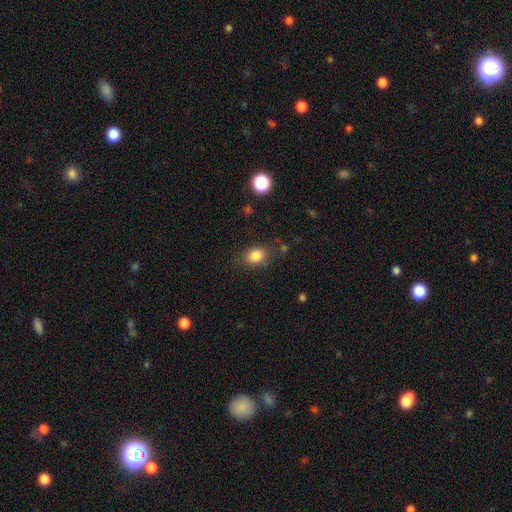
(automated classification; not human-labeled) Smooth or featured: smooth — 84% (star or artifact — 10%)
How rounded: in between — 59% (round — 40%)
Merging: none — 77% (minor disturbance — 16%)